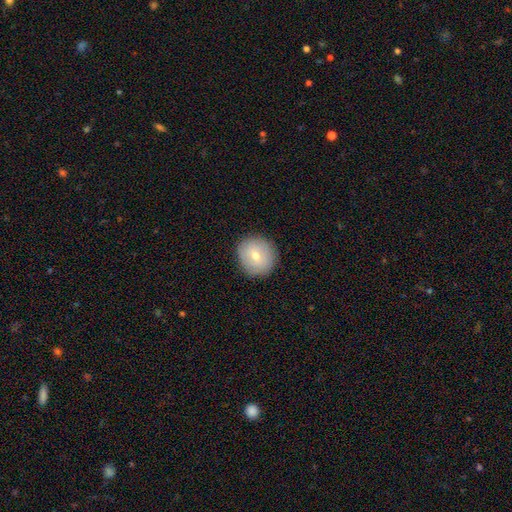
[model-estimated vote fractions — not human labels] This is likely a smooth galaxy (68%). How rounded: clearly round (88%). Merging: clearly none (88%).